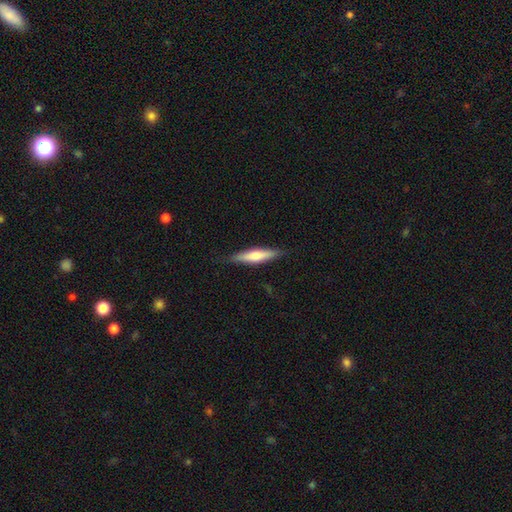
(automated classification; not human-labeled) smooth_or_featured: smooth (p=0.52) [alt: featured or disk p=0.43]
how_rounded: cigar-shaped (p=0.80) [alt: in between p=0.18]
merging: none (p=0.86) [alt: minor disturbance p=0.11]